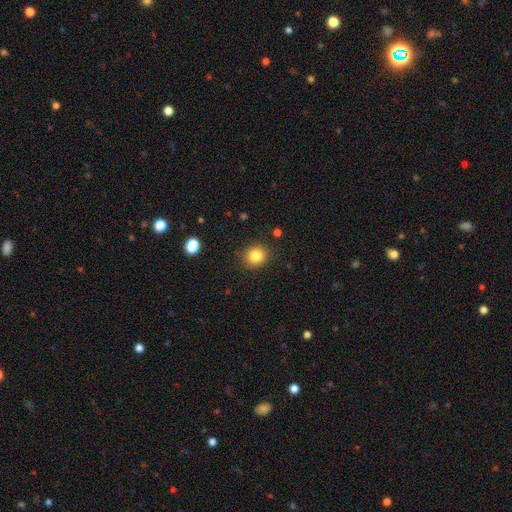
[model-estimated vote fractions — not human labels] smooth_or_featured: smooth (p=0.83) [alt: star or artifact p=0.11]
how_rounded: round (p=0.85) [alt: in between p=0.14]
merging: none (p=0.88) [alt: minor disturbance p=0.08]